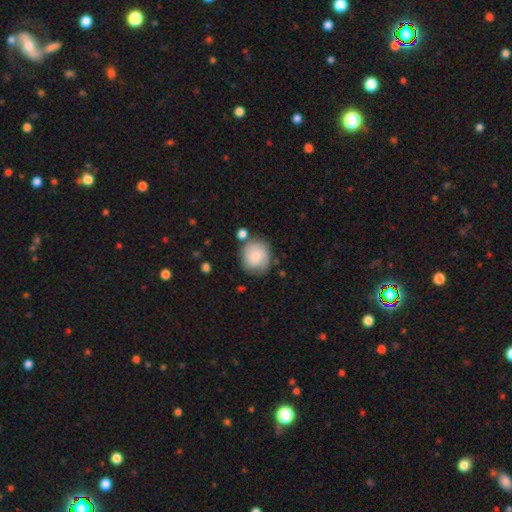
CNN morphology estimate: A smooth galaxy with no disk features (72%) that is round (75%).

Vote fractions:
- Smooth or featured? smooth: 72% / featured or disk: 21% / star or artifact: 7%
- How rounded? round: 75% / in between: 24% / cigar-shaped: 1%
- Merging? none: 61% / minor disturbance: 23% / merger: 8% / major disturbance: 8%